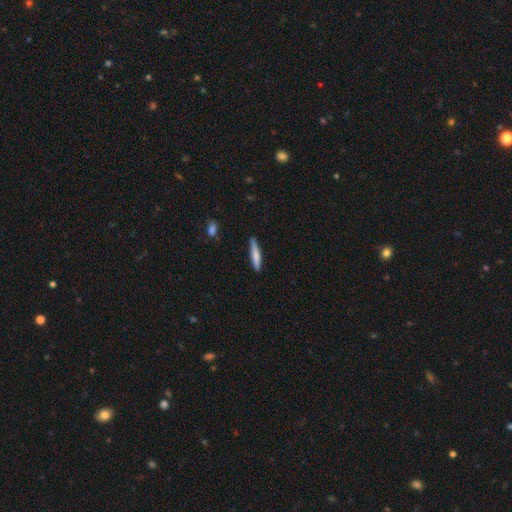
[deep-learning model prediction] This is likely a smooth galaxy (73%). How rounded: clearly cigar-shaped (91%). Merging: clearly none (84%).